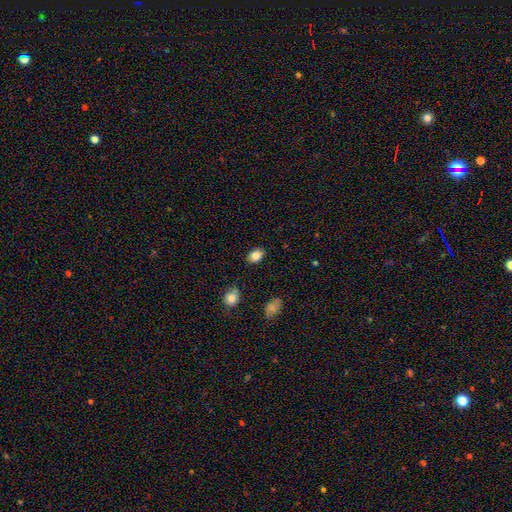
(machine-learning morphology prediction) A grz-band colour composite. It shows a smooth galaxy with no disk features (83%) that is in between round and cigar-shaped (80%). Merging: none (86%).